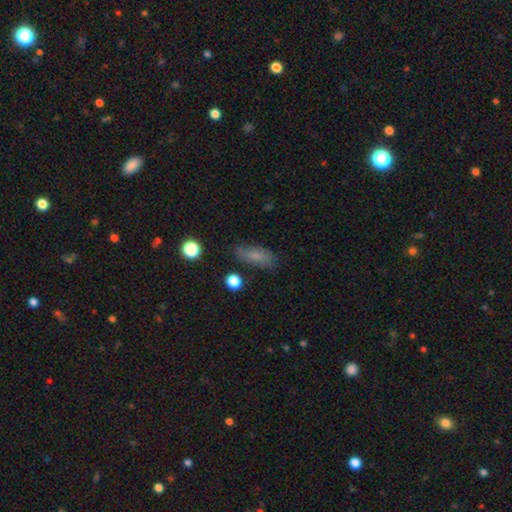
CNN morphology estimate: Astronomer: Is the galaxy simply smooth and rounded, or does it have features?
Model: smooth — 76%.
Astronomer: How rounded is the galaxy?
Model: in between — 69%.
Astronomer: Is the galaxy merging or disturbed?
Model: none — 78%.